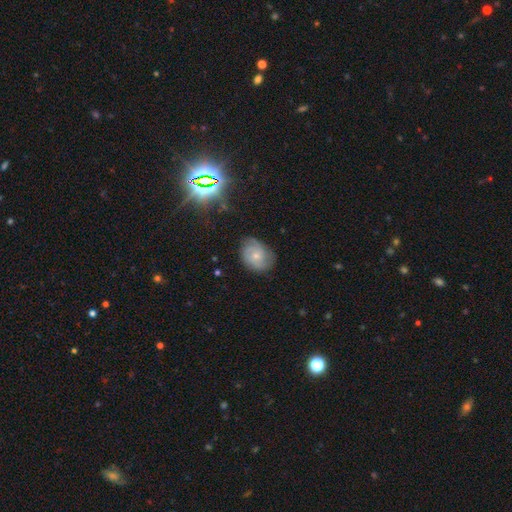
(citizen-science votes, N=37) Volunteers were most divided on "smooth or featured": featured or disk: 51%, smooth: 43%, star or artifact: 5%. Remaining: edge-on disk — no (100%); bar — no (79%); spiral arms — yes (68%); spiral arm count — can't tell (54%); spiral winding — tight (54%); bulge size — moderate (53%); merging — none (46%).